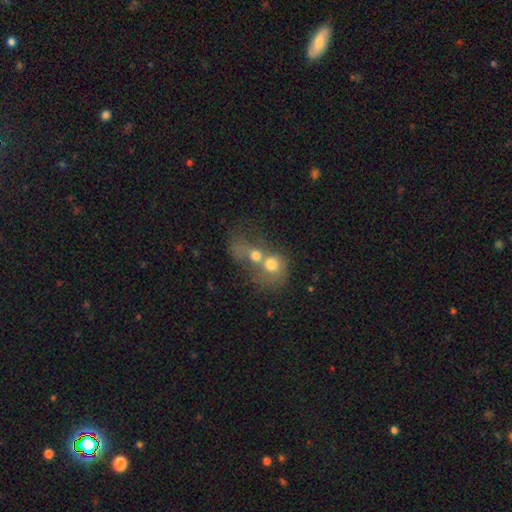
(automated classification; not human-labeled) Overall: smooth (62%; featured or disk 26%). How rounded: round (66%; in between 32%). Merging: merger (77%).